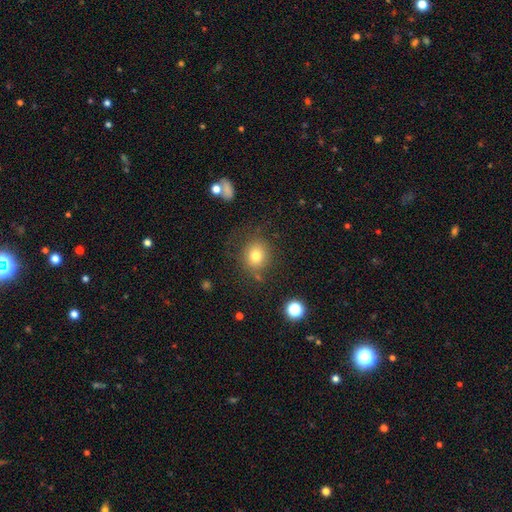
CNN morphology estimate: This is likely a smooth galaxy (77%). How rounded: clearly round (82%). Merging: likely none (77%).